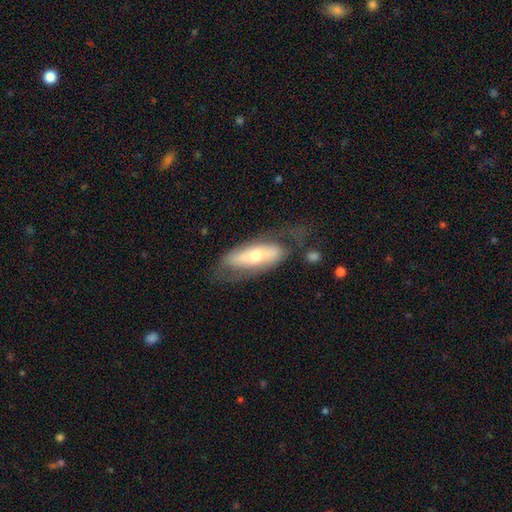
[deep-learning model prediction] smooth-or-featured: featured or disk: 52% | smooth: 41% | star or artifact: 6%
  disk-edge-on: no: 72% | yes: 28%
  merging: none: 53% | minor disturbance: 23% | major disturbance: 20% | merger: 4%